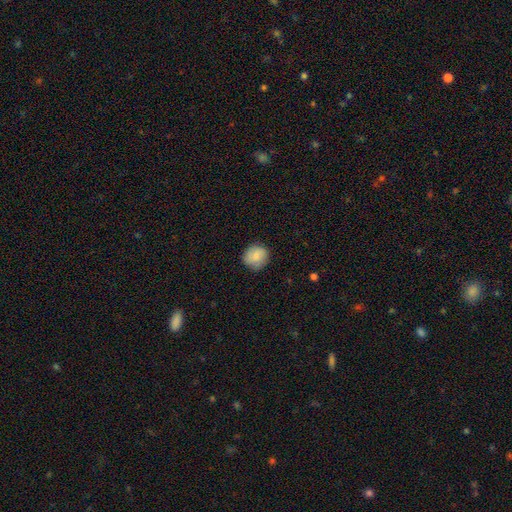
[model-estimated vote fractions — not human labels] smooth_or_featured: smooth (p=0.82) [alt: featured or disk p=0.11]
how_rounded: round (p=0.89) [alt: in between p=0.10]
merging: none (p=0.83) [alt: minor disturbance p=0.13]